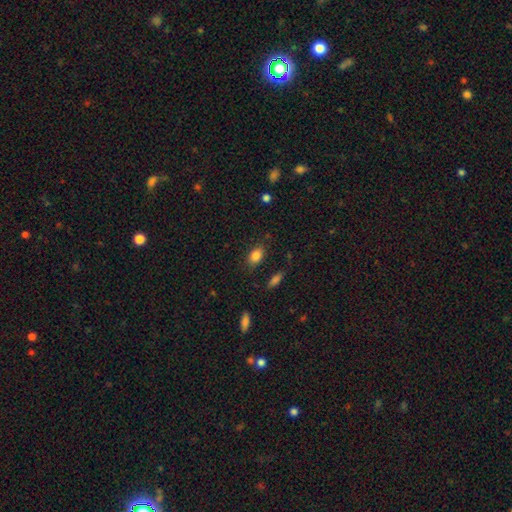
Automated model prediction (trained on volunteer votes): A smooth galaxy with no disk features (84%) that is in between round and cigar-shaped (83%).

Vote fractions:
- Smooth or featured? smooth: 84% / star or artifact: 10% / featured or disk: 6%
- How rounded? in between: 83% / round: 15% / cigar-shaped: 2%
- Merging? none: 82% / minor disturbance: 13% / major disturbance: 3% / merger: 2%